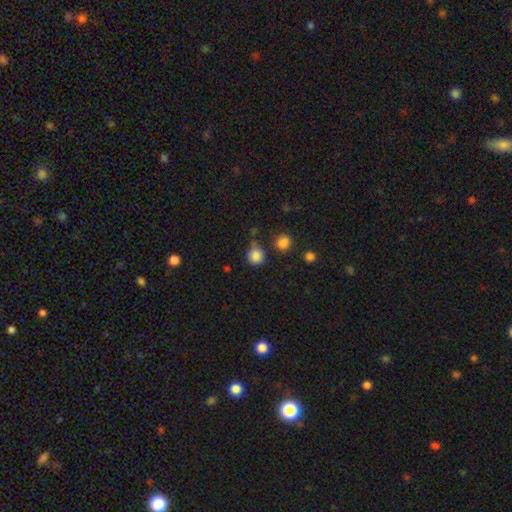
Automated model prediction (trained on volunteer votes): A smooth galaxy with no disk features (84%) that is round (92%).

Vote fractions:
- Smooth or featured? smooth: 84% / star or artifact: 12% / featured or disk: 4%
- How rounded? round: 92% / in between: 8% / cigar-shaped: 1%
- Merging? none: 71% / minor disturbance: 15% / merger: 9% / major disturbance: 5%